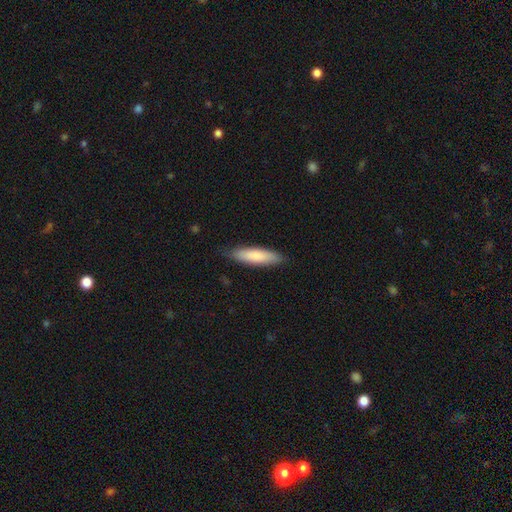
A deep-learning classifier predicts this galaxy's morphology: Smooth or featured? smooth (82%)
How rounded? cigar-shaped (66%)
Merging? none (83%)